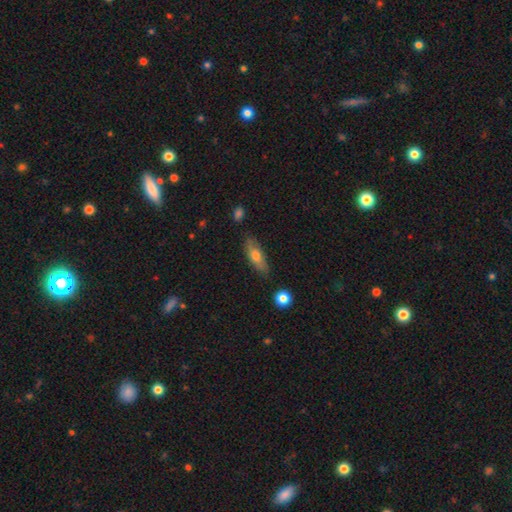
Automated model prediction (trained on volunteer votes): Smooth or featured: smooth — 66% (featured or disk — 27%)
How rounded: in between — 62% (cigar-shaped — 35%)
Merging: none — 78% (minor disturbance — 16%)